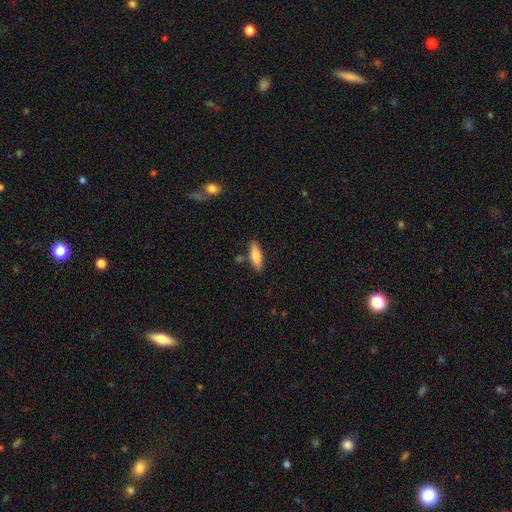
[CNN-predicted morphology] Smooth or featured? Predicted: smooth (p=0.74). How rounded? Predicted: in between (p=0.54). Merging? Predicted: none (p=0.81).